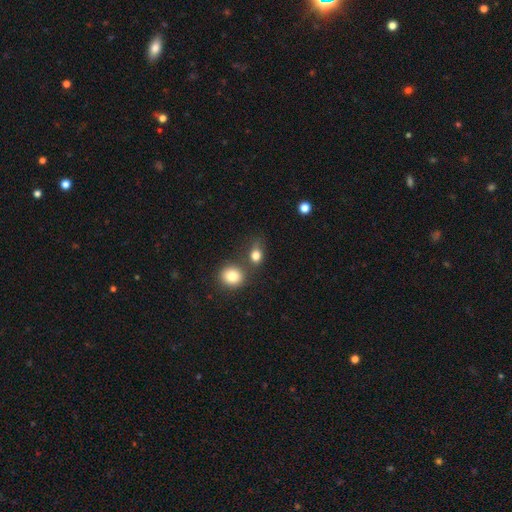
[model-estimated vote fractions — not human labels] Smooth or featured?
  - smooth: 81% *
  - star or artifact: 12%
  - featured or disk: 8%
How rounded?
  - in between: 52% *
  - round: 46%
  - cigar-shaped: 2%
Merging?
  - none: 55% *
  - merger: 21%
  - minor disturbance: 17%
  - major disturbance: 8%